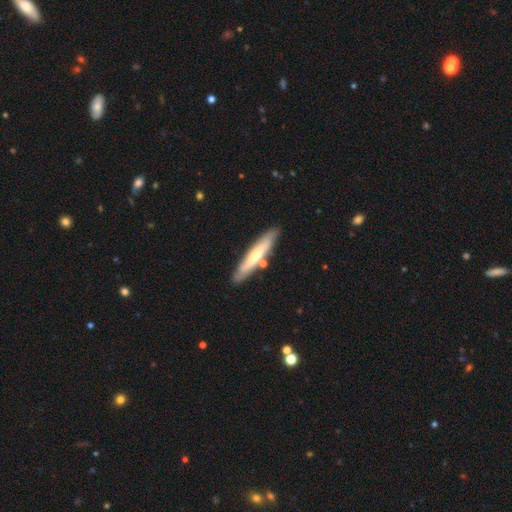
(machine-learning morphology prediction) smooth 50%, featured or disk 44%, star or artifact 5%. Down the decision tree: how rounded — cigar-shaped (88%); merging — none (80%).